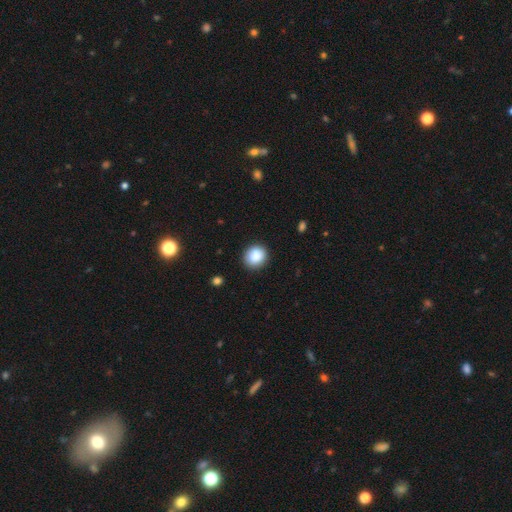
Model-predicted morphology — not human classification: This appears to be a smooth galaxy with no disk features (88%) that is round (79%). Merging: none (87%).